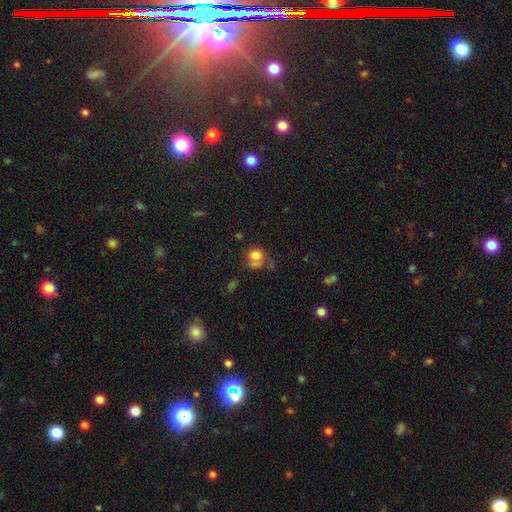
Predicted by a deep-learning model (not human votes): Smooth or featured?
  - smooth: 74% *
  - featured or disk: 14%
  - star or artifact: 12%
How rounded?
  - round: 69% *
  - in between: 30%
  - cigar-shaped: 1%
Merging?
  - none: 41% *
  - merger: 23%
  - minor disturbance: 19%
  - major disturbance: 16%